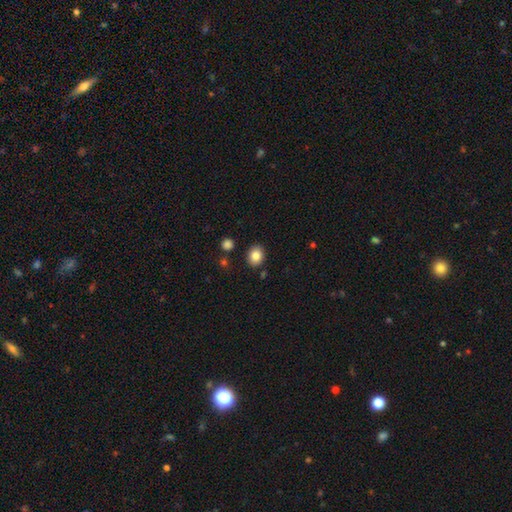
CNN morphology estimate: A smooth galaxy with no disk features (85%) that is round (55%).

Vote fractions:
- Smooth or featured? smooth: 85% / star or artifact: 9% / featured or disk: 6%
- How rounded? round: 55% / in between: 44% / cigar-shaped: 1%
- Merging? none: 87% / minor disturbance: 8% / merger: 3% / major disturbance: 2%